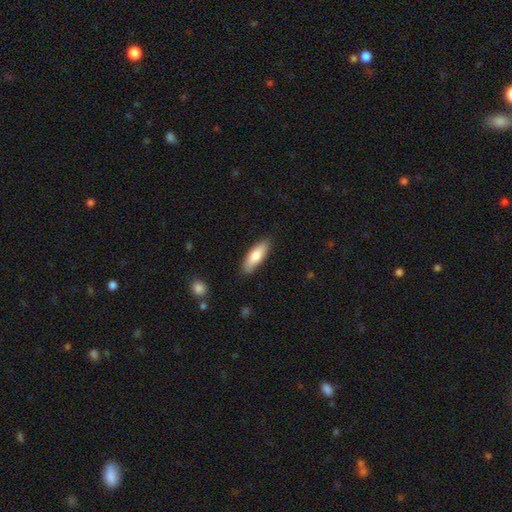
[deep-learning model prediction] This appears to be a smooth galaxy with no disk features (80%) that is in between round and cigar-shaped (56%). Merging: none (83%).